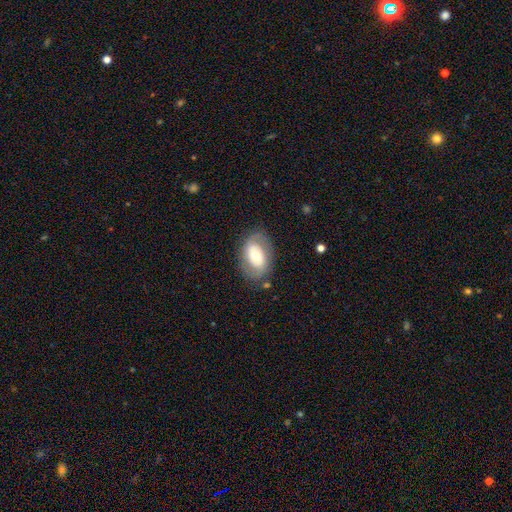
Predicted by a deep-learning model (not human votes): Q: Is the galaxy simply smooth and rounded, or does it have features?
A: featured or disk — 50%.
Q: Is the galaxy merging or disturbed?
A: none — 77%.